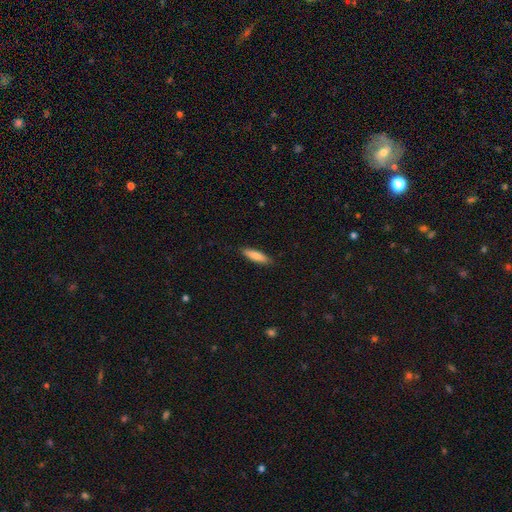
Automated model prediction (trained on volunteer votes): A smooth galaxy with no disk features (82%) that is cigar-shaped (66%).

Vote fractions:
- Smooth or featured? smooth: 82% / featured or disk: 12% / star or artifact: 6%
- How rounded? cigar-shaped: 66% / in between: 33% / round: 2%
- Merging? none: 88% / minor disturbance: 9% / major disturbance: 2% / merger: 1%